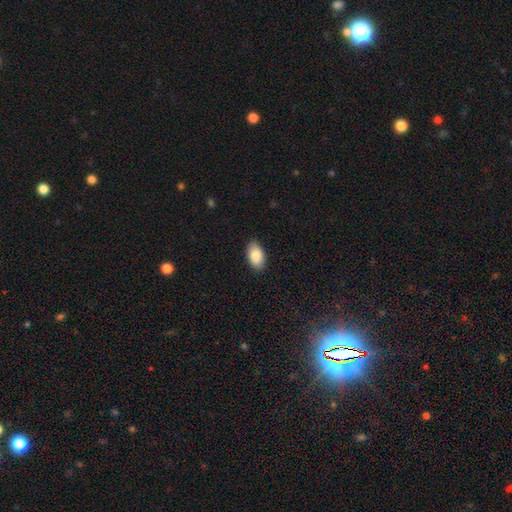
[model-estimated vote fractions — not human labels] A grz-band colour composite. It shows a smooth galaxy with no disk features (87%) that is in between round and cigar-shaped (94%). Merging: none (87%).